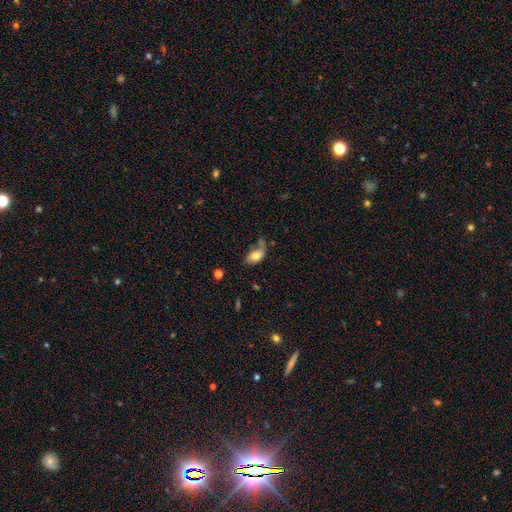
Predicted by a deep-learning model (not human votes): Smooth or featured: smooth — 74% (featured or disk — 18%)
How rounded: in between — 92% (round — 6%)
Merging: none — 40% (minor disturbance — 27%)